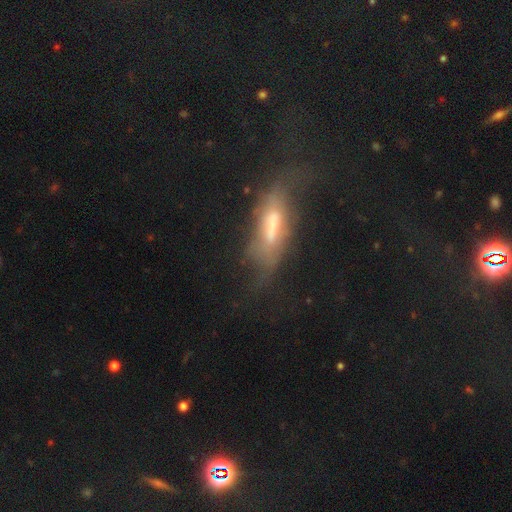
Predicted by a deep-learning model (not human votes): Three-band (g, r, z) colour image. It shows a featured or disk galaxy (46%). Merging: none (54%).